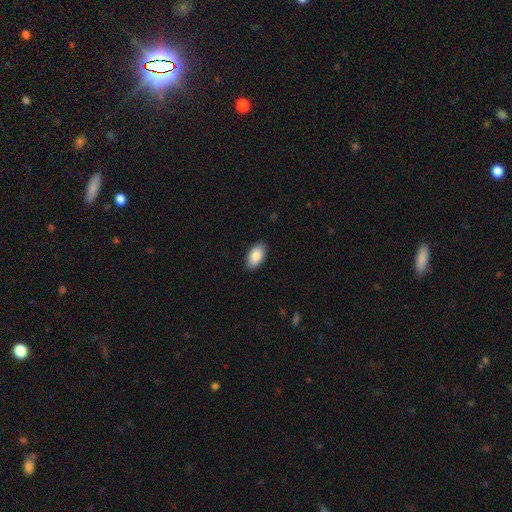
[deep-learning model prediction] Smooth or featured? Predicted: smooth (p=0.89). How rounded? Predicted: in between (p=0.95). Merging? Predicted: none (p=0.88).